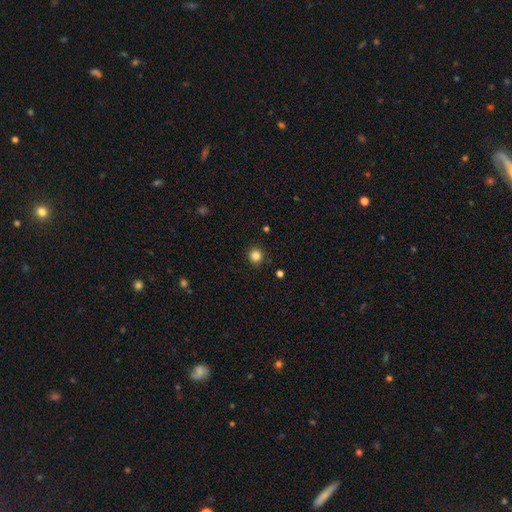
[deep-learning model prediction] Morphology: type=smooth (84%); roundness=round (93%); merging=none (91%).